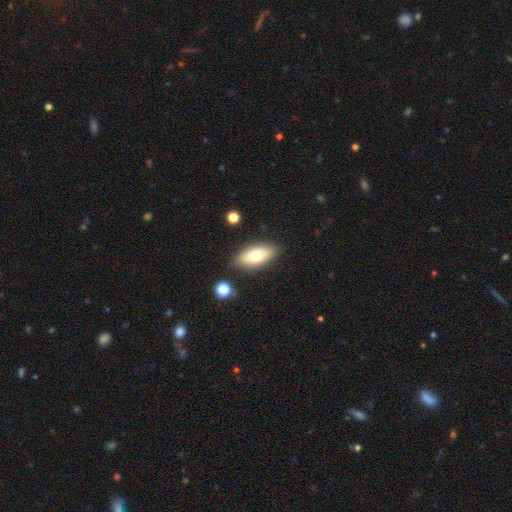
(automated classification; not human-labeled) Q: Smooth or featured?
A: smooth (71%); runner-up: featured or disk (22%)
Q: How rounded?
A: in between (84%); runner-up: cigar-shaped (12%)
Q: Merging?
A: none (84%); runner-up: minor disturbance (11%)